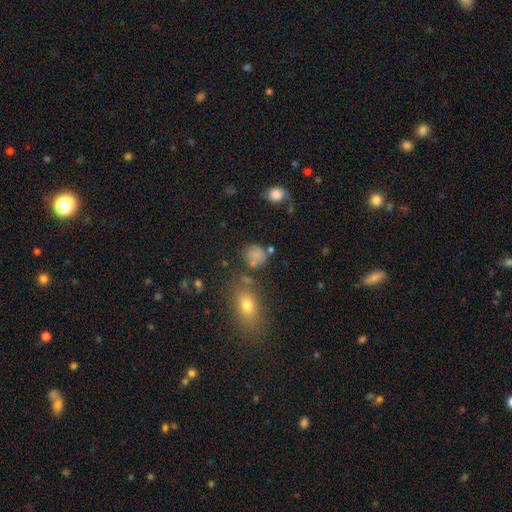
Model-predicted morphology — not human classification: smooth_or_featured: smooth (p=0.77) [alt: star or artifact p=0.14]
how_rounded: round (p=0.76) [alt: in between p=0.22]
merging: none (p=0.64) [alt: minor disturbance p=0.18]